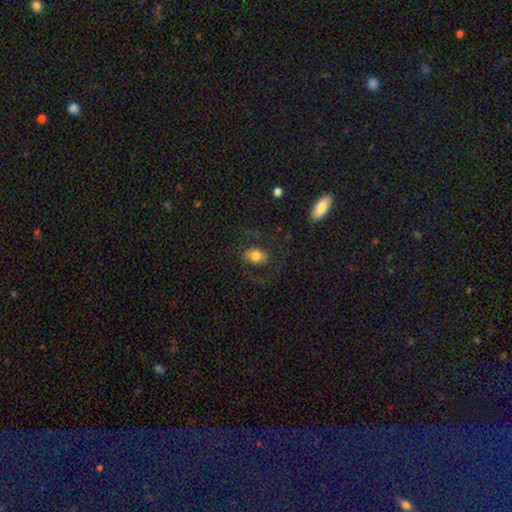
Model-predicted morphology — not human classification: smooth 59%, featured or disk 32%, star or artifact 9%. Down the decision tree: how rounded — in between (78%); merging — none (65%).